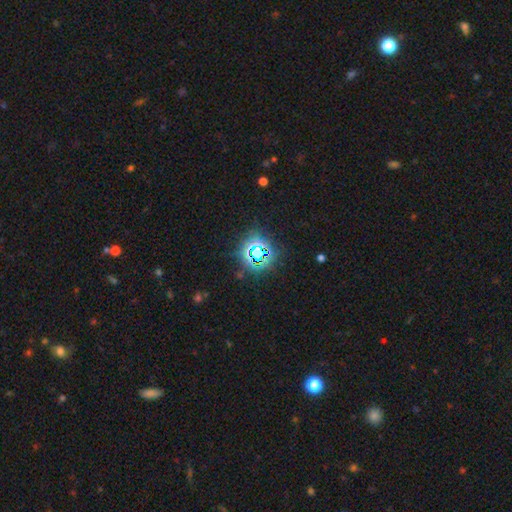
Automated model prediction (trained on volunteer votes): Q: Smooth or featured?
A: star or artifact (75%); runner-up: smooth (16%)